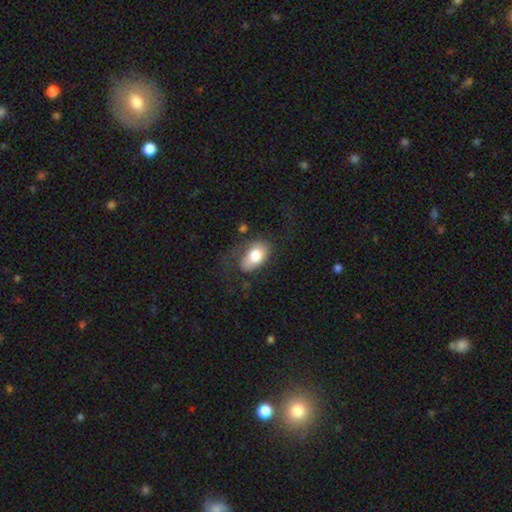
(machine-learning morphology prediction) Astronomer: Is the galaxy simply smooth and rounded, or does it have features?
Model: smooth — 73%.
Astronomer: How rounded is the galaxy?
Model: in between — 91%.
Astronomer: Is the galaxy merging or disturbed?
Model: none — 52%.